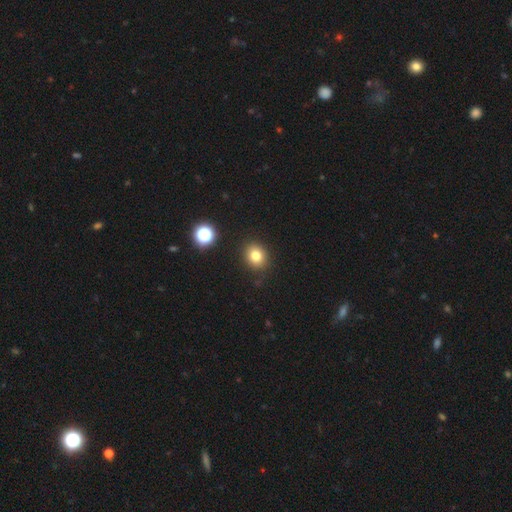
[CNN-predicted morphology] Smooth or featured? smooth (79%)
How rounded? round (73%)
Merging? none (89%)